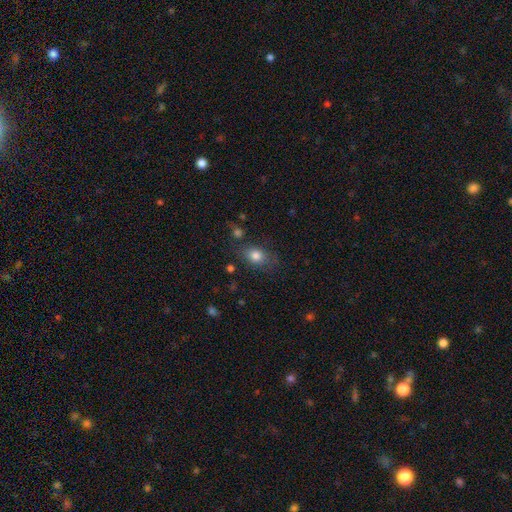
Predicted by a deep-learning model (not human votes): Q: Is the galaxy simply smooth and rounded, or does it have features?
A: smooth — 80%.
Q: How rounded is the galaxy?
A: in between — 65%.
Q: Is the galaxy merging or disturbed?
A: none — 72%.